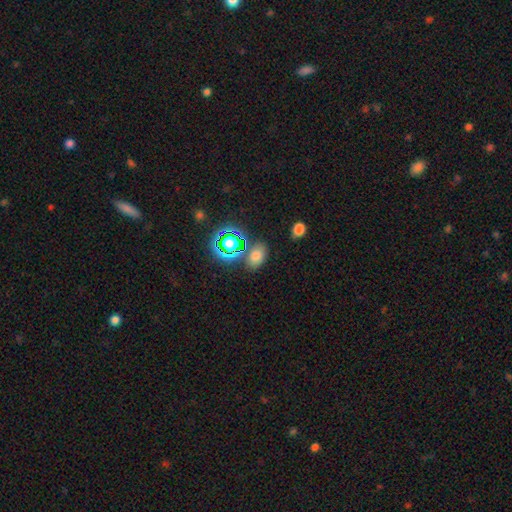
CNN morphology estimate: Q: Smooth or featured?
A: smooth (67%); runner-up: star or artifact (25%)
Q: How rounded?
A: in between (76%); runner-up: round (22%)
Q: Merging?
A: none (77%); runner-up: minor disturbance (12%)